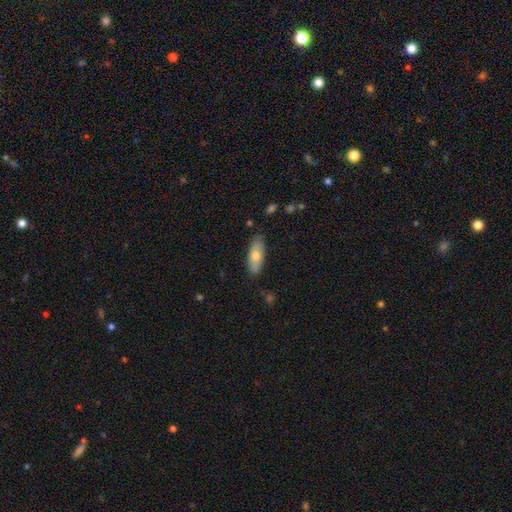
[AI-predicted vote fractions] smooth-or-featured: smooth: 67% | featured or disk: 27% | star or artifact: 6%
  how-rounded: in between: 74% | cigar-shaped: 23% | round: 3%
  merging: none: 80% | minor disturbance: 16% | major disturbance: 3% | merger: 2%